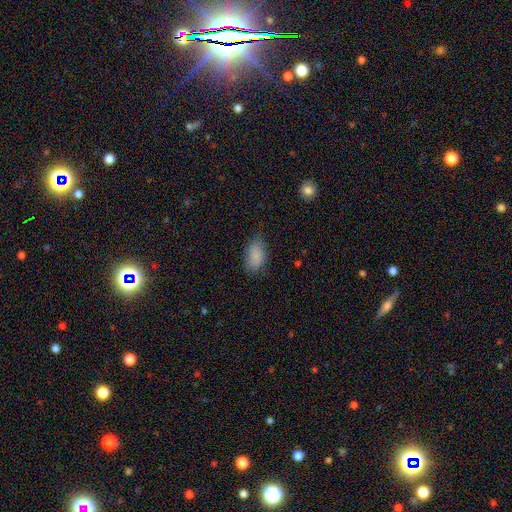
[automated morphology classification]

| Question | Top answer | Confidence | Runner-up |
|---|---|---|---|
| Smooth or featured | smooth | 86% | star or artifact (8%) |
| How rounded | in between | 92% | round (5%) |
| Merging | none | 67% | minor disturbance (26%) |